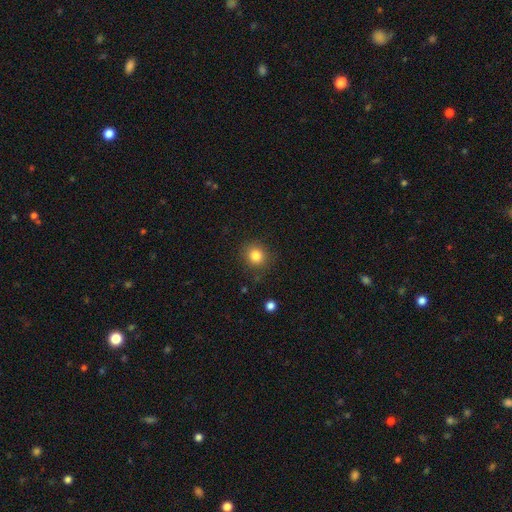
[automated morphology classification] Q: Smooth or featured?
A: smooth (83%); runner-up: star or artifact (12%)
Q: How rounded?
A: round (87%); runner-up: in between (12%)
Q: Merging?
A: none (87%); runner-up: minor disturbance (9%)